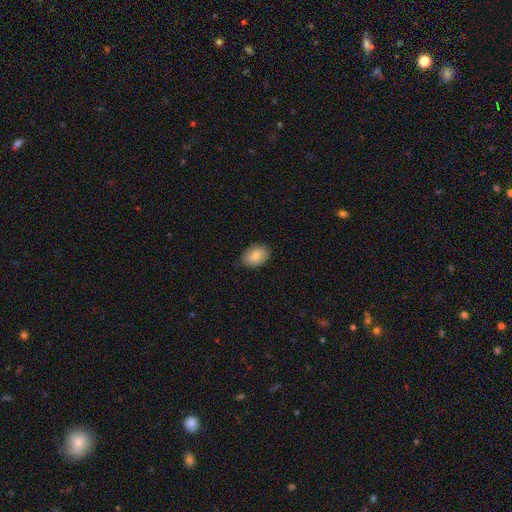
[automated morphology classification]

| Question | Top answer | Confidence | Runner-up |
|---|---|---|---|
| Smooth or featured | smooth | 80% | featured or disk (12%) |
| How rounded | in between | 78% | round (21%) |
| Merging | none | 81% | minor disturbance (16%) |